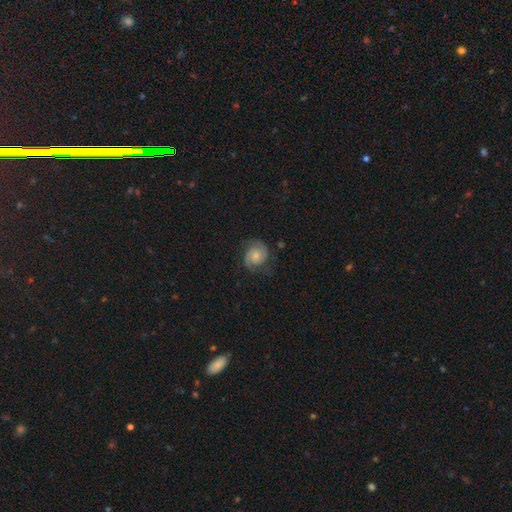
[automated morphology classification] A featured or disk galaxy (74%) with no bar (74%), 2 (84%) medium (43%) spiral arms (95%) and a small central bulge (49%). Merging: none (70%).